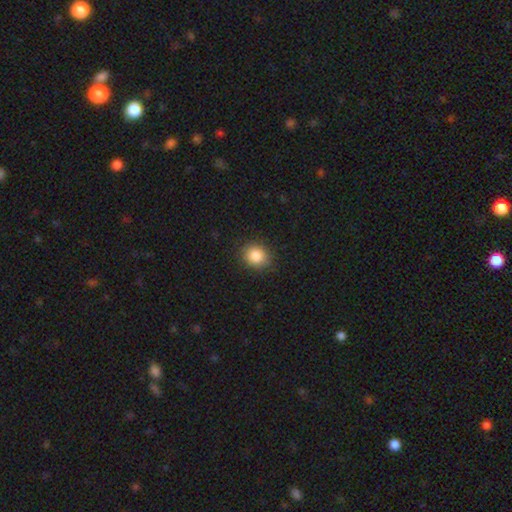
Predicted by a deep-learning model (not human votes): A smooth galaxy with no disk features (86%) that is round (70%). Merging: none (86%).